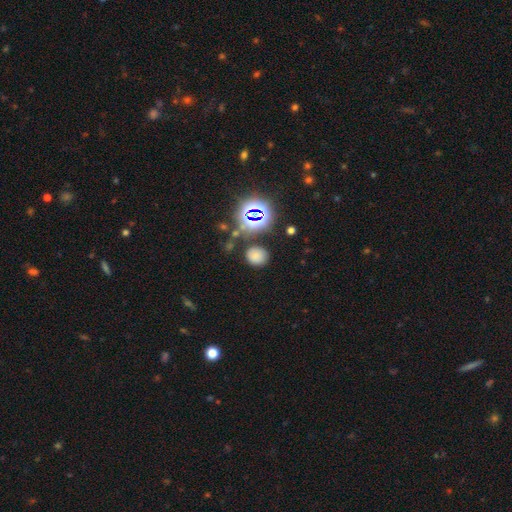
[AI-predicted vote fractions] Smooth or featured: smooth — 67% (star or artifact — 24%)
How rounded: round — 71% (in between — 28%)
Merging: none — 79% (minor disturbance — 12%)